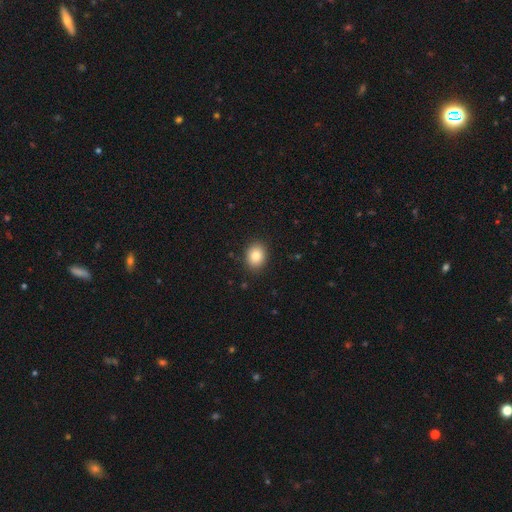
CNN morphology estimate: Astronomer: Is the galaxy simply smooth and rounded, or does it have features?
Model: smooth — 84%.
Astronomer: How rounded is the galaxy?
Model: round — 54% (runner-up: in between, 45%).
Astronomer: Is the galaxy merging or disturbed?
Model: none — 89%.